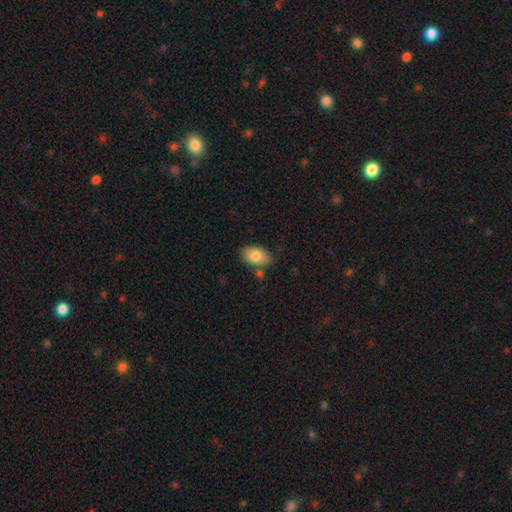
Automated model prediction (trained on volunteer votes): Morphology: type=smooth (80%); roundness=in between (91%); merging=none (78%).